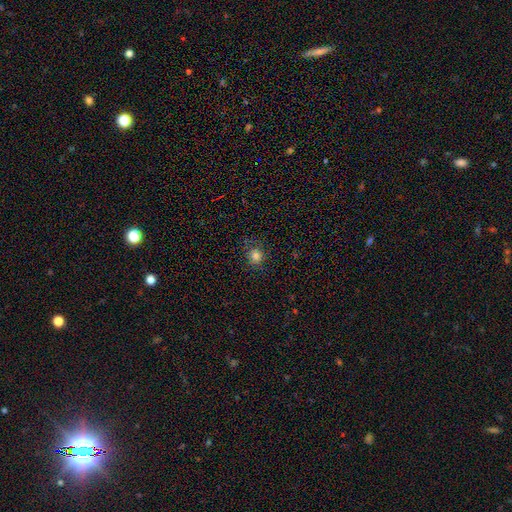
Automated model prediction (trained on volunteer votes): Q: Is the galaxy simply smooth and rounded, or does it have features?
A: smooth — 79%.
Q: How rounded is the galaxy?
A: round — 84%.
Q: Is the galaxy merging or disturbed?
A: none — 80%.